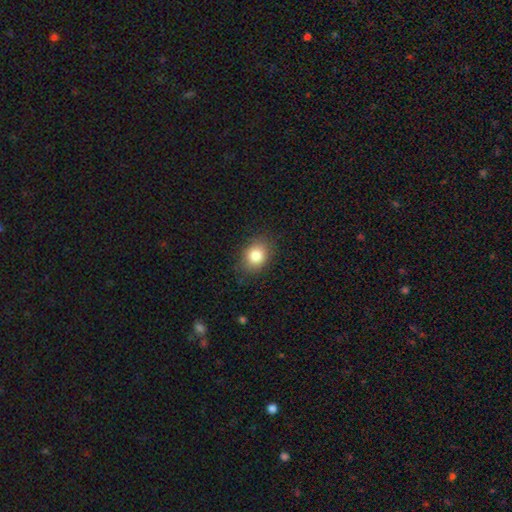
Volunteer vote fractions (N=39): Smooth or featured? smooth (79%)
How rounded? round (55%)
Merging? none (76%)